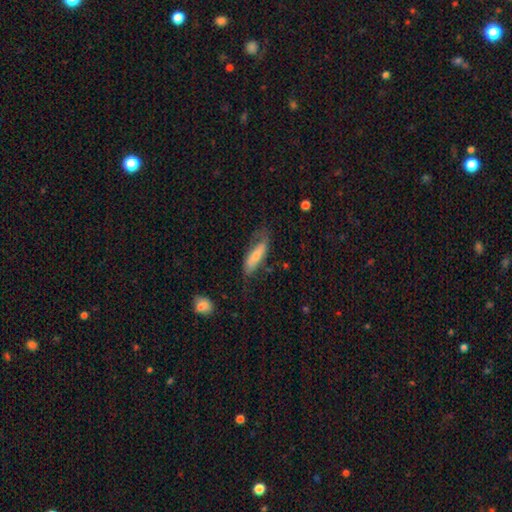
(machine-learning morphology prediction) Overall: smooth (60%; featured or disk 34%). How rounded: in between (56%; cigar-shaped 41%). Merging: none (48%; minor disturbance 30%).